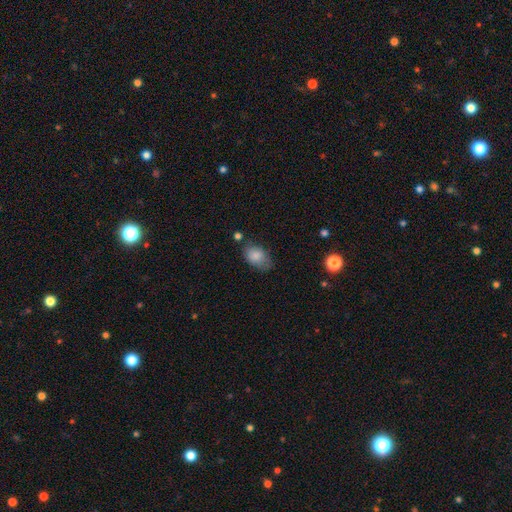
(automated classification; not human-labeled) A smooth galaxy with no disk features (83%) that is in between round and cigar-shaped (86%). Merging: none (58%).